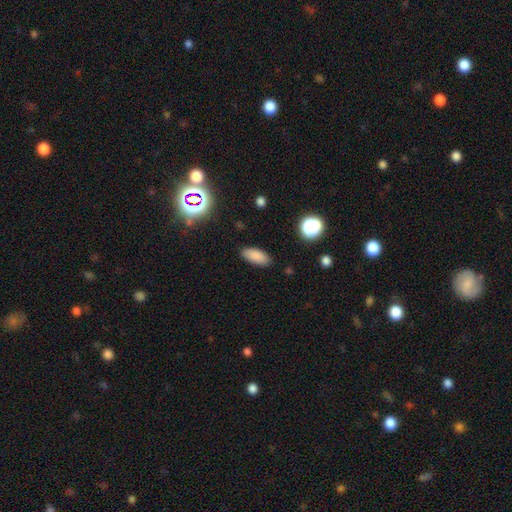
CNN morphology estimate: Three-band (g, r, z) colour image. It shows a smooth galaxy with no disk features (85%) that is in between round and cigar-shaped (85%). Merging: none (88%).